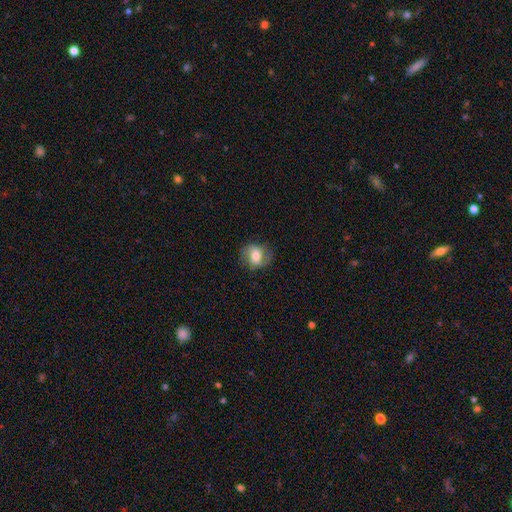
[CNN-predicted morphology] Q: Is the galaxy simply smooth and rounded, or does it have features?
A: smooth — 59%.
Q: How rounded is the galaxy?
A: round — 51%.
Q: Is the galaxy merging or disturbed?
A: none — 73%.